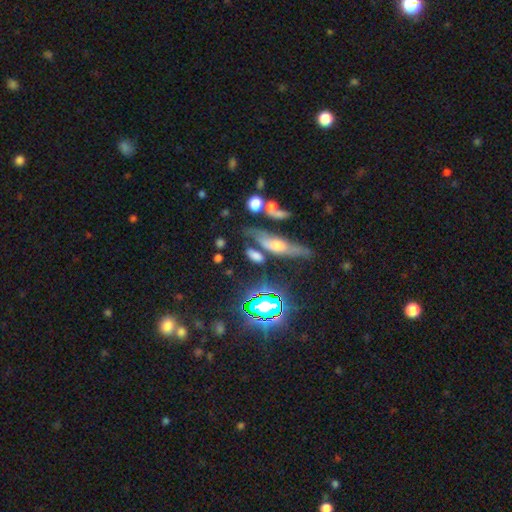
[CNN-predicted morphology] Smooth or featured: smooth — 55% (featured or disk — 23%)
How rounded: in between — 62% (cigar-shaped — 26%)
Merging: none — 57% (merger — 18%)